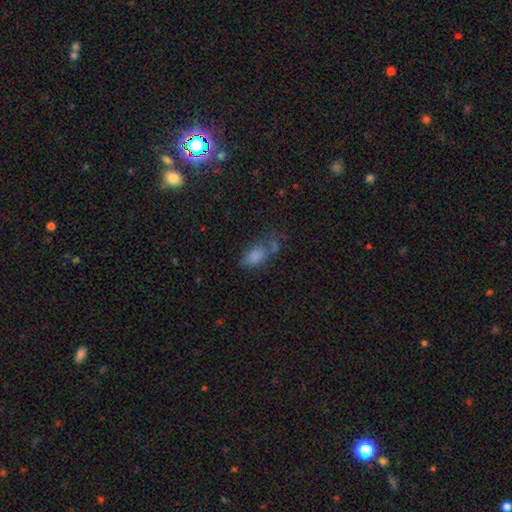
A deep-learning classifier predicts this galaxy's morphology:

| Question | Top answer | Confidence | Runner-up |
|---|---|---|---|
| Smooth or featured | smooth | 78% | star or artifact (12%) |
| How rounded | in between | 88% | round (7%) |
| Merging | none | 40% | minor disturbance (23%) |